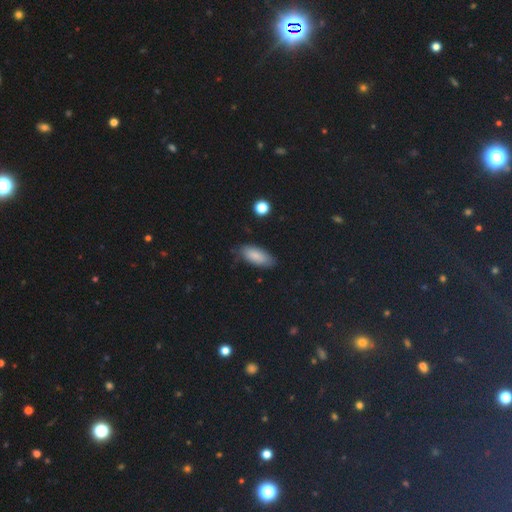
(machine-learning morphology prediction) smooth_or_featured: smooth (p=0.83) [alt: featured or disk p=0.09]
how_rounded: in between (p=0.82) [alt: cigar-shaped p=0.15]
merging: none (p=0.77) [alt: minor disturbance p=0.18]